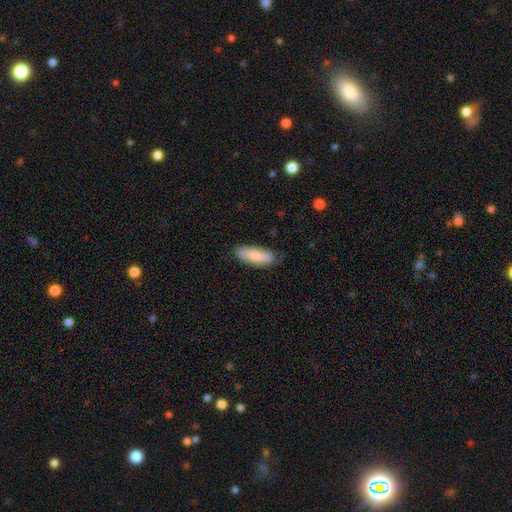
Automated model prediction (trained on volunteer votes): Morphology: type=smooth (76%); roundness=in between (67%); merging=none (79%).